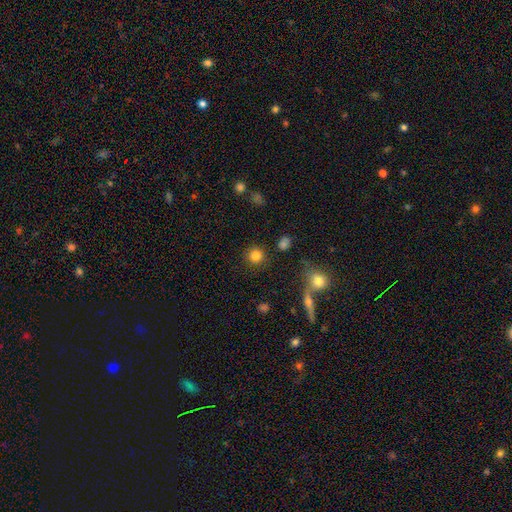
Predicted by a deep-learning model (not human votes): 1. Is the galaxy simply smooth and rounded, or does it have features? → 83% smooth, 11% star or artifact, 5% featured or disk.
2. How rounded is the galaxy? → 93% round, 6% in between, 1% cigar-shaped.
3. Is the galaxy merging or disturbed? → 87% none, 6% minor disturbance, 4% merger, 3% major disturbance.